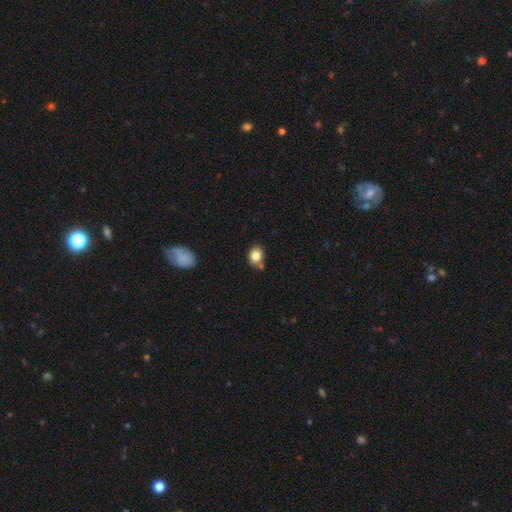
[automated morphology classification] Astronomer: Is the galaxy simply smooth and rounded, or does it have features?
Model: smooth — 81%.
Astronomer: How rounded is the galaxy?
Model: in between — 54% (runner-up: round, 45%).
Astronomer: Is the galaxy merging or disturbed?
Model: none — 66%.